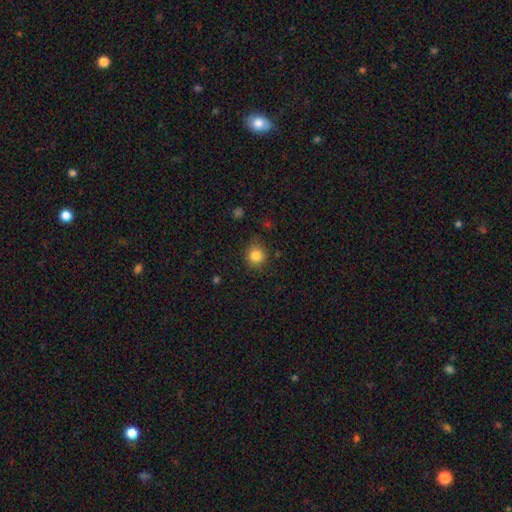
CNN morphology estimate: Smooth or featured? Predicted: smooth (p=0.84). How rounded? Predicted: round (p=0.87). Merging? Predicted: none (p=0.81).